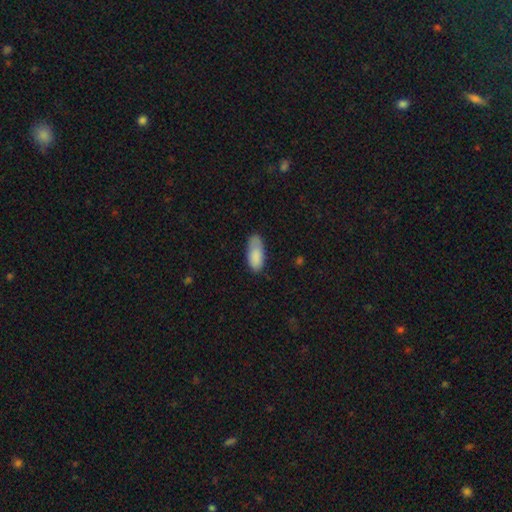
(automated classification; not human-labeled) The model was most divided on "merging": none: 63%, minor disturbance: 29%, major disturbance: 6%, merger: 2%. More confident: smooth or featured — smooth (87%); how rounded — in between (86%).